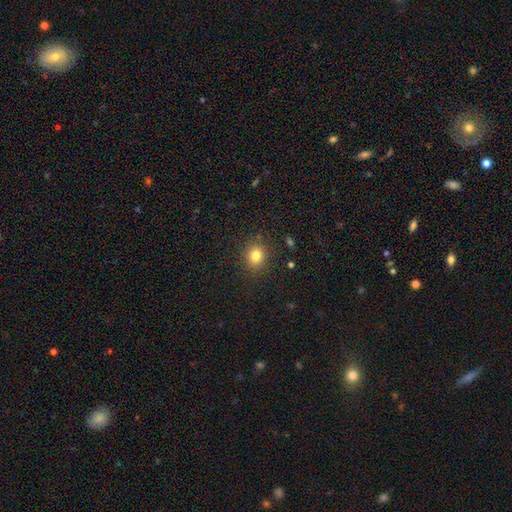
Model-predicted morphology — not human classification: Smooth or featured? smooth (81%)
How rounded? round (71%)
Merging? none (88%)